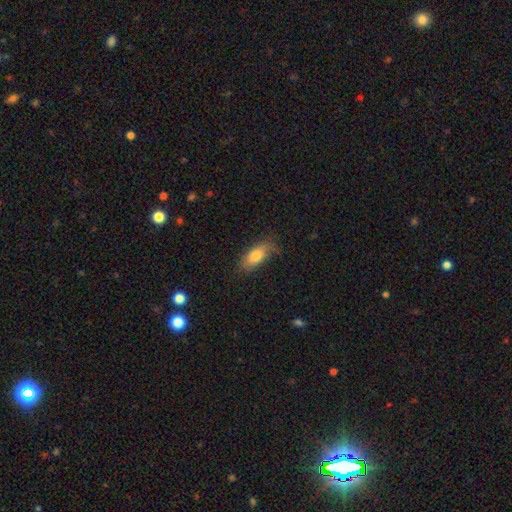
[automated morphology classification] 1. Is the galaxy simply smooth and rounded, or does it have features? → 77% smooth, 16% featured or disk, 7% star or artifact.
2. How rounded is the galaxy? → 80% in between, 17% cigar-shaped, 3% round.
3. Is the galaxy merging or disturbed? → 71% none, 22% minor disturbance, 5% major disturbance, 2% merger.